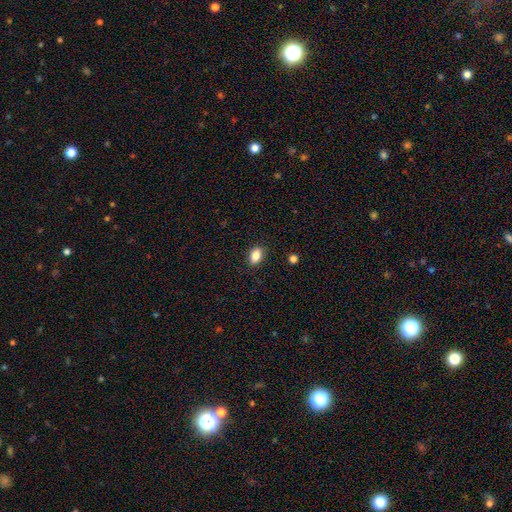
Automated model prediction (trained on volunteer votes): A smooth galaxy with no disk features (86%) that is in between round and cigar-shaped (86%). Merging: none (88%).